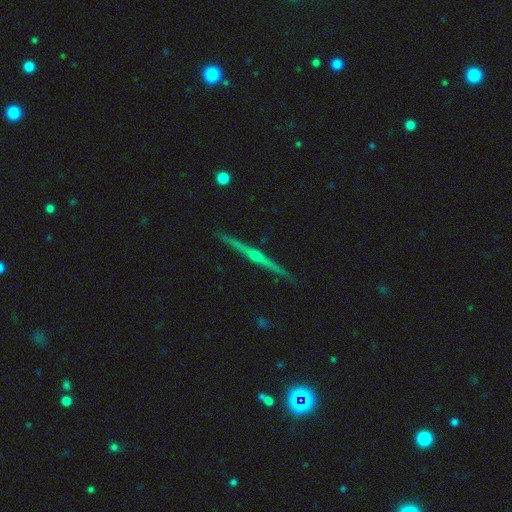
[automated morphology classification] Smooth or featured: featured or disk — 85% (smooth — 8%)
Edge-on disk: yes — 98% (no — 2%)
Edge-on bulge: rounded — 86% (none — 9%)
Merging: none — 92% (minor disturbance — 6%)